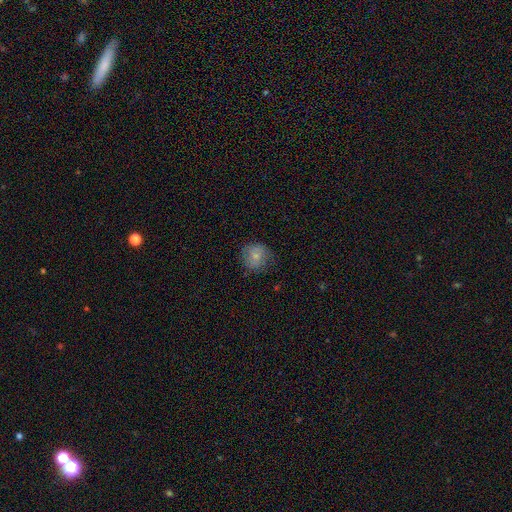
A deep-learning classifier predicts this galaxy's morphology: This appears to be a smooth galaxy with no disk features (73%) that is round (86%). Merging: none (72%).